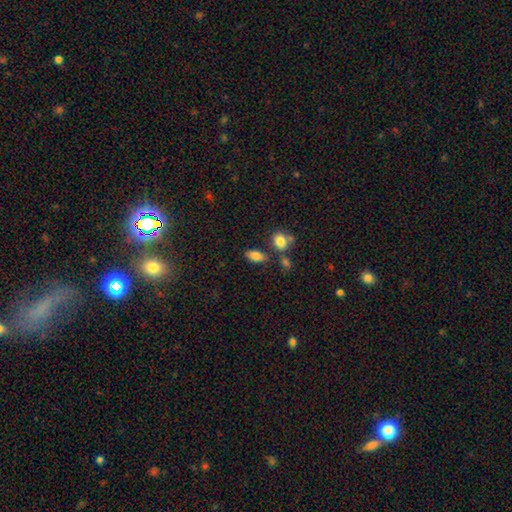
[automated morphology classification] Overall: smooth (83%). How rounded: in between (88%). Merging: none (71%).